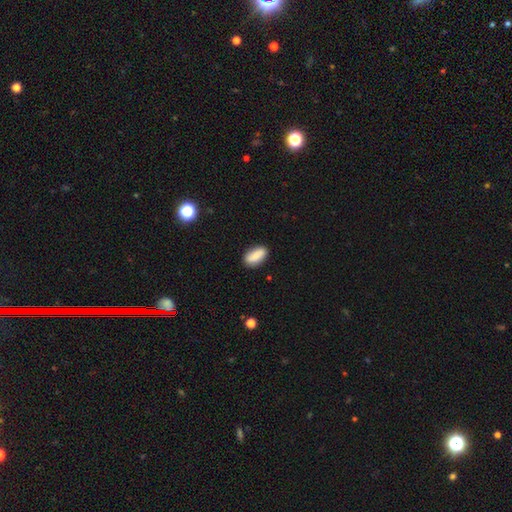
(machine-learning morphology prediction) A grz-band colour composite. It shows a smooth galaxy with no disk features (86%) that is in between round and cigar-shaped (89%). Merging: none (83%).